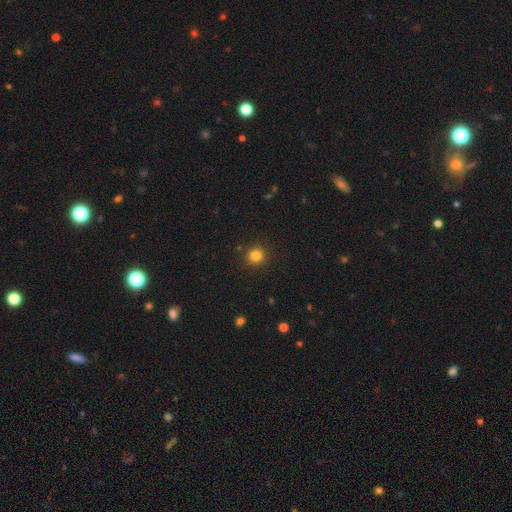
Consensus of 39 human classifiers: A smooth galaxy with no disk features (90%) that is round (89%). Merging: none (83%).